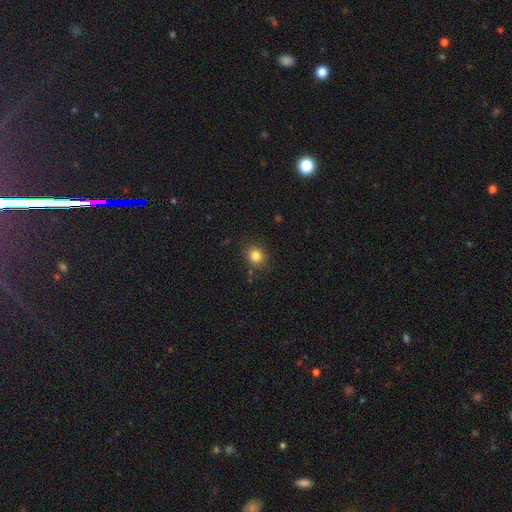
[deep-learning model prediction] A smooth galaxy with no disk features (83%) that is round (77%). Merging: none (84%).